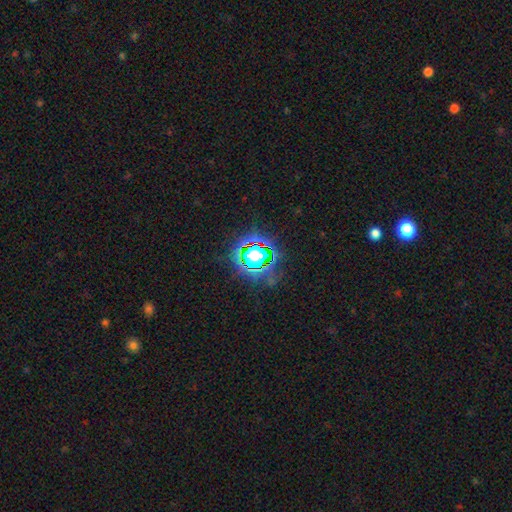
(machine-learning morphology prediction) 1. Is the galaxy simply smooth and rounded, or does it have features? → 71% star or artifact, 18% smooth, 10% featured or disk.